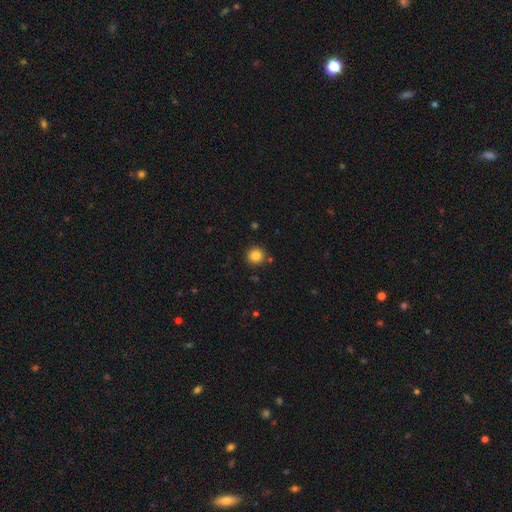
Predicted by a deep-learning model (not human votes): Smooth or featured: smooth — 84% (star or artifact — 11%)
How rounded: round — 93% (in between — 6%)
Merging: none — 88% (minor disturbance — 7%)